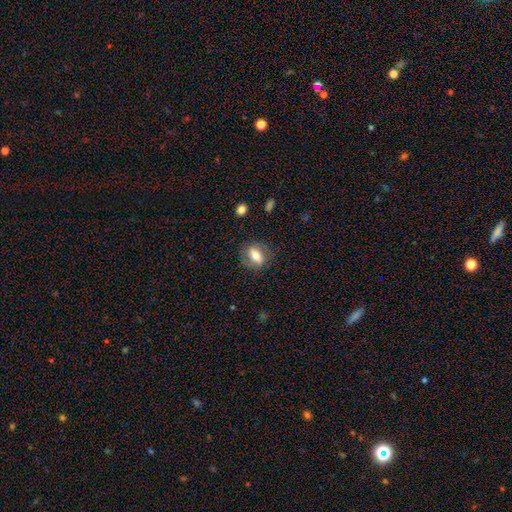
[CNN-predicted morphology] smooth-or-featured: smooth: 61% | featured or disk: 31% | star or artifact: 8%
  how-rounded: in between: 66% | round: 27% | cigar-shaped: 7%
  merging: none: 78% | minor disturbance: 16% | major disturbance: 6% | merger: 1%